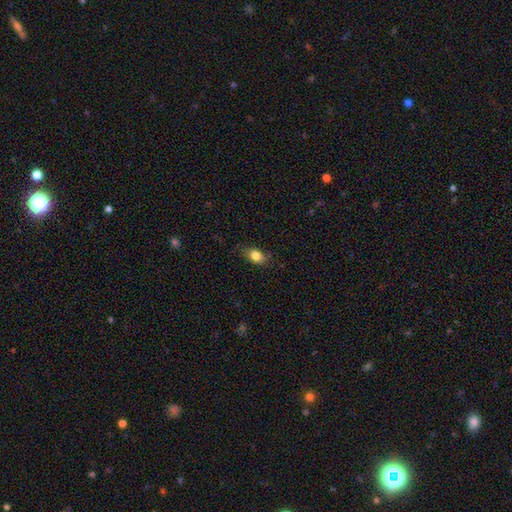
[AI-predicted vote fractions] Q: Smooth or featured?
A: smooth (83%); runner-up: star or artifact (9%)
Q: How rounded?
A: in between (77%); runner-up: round (20%)
Q: Merging?
A: none (77%); runner-up: minor disturbance (18%)